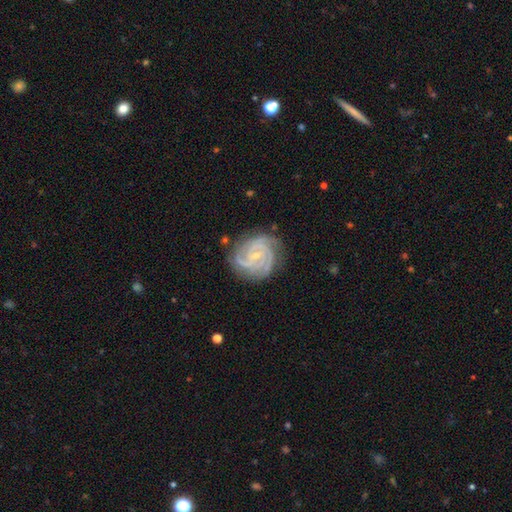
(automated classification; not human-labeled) Q: Smooth or featured?
A: featured or disk (90%); runner-up: star or artifact (5%)
Q: Edge-on disk?
A: no (98%); runner-up: yes (2%)
Q: Bar?
A: no (54%); runner-up: weak (34%)
Q: Spiral arms?
A: yes (99%); runner-up: no (1%)
Q: Spiral winding?
A: tight (74%); runner-up: medium (24%)
Q: Spiral arm count?
A: 3 (42%); runner-up: 4 (23%)
Q: Bulge size?
A: small (78%); runner-up: moderate (17%)
Q: Merging?
A: none (80%); runner-up: minor disturbance (15%)